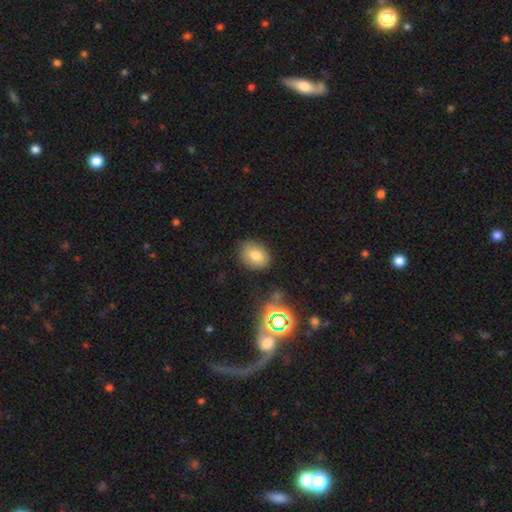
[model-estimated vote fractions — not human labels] smooth-or-featured: smooth: 75% | star or artifact: 14% | featured or disk: 11%
  how-rounded: in between: 66% | round: 33% | cigar-shaped: 1%
  merging: none: 80% | minor disturbance: 14% | major disturbance: 3% | merger: 2%